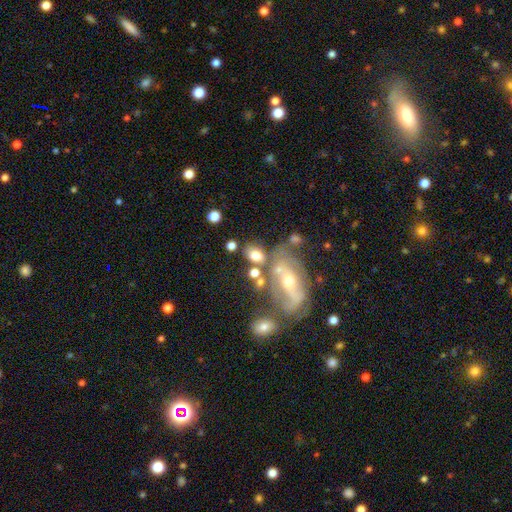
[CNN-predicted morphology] type=smooth (68%); roundness=in between (77%); merging=none (49%).